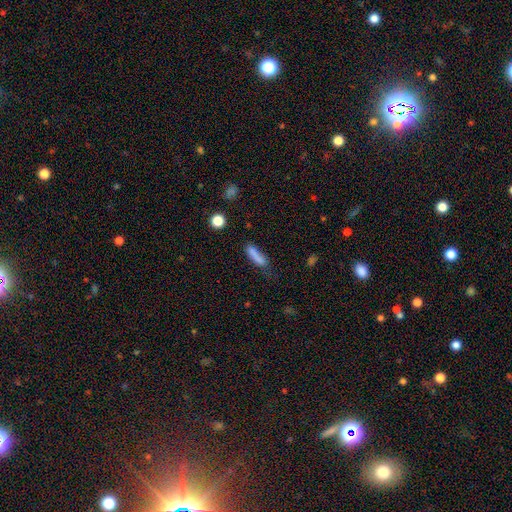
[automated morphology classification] Smooth or featured: smooth — 78% (featured or disk — 12%)
How rounded: cigar-shaped — 68% (in between — 29%)
Merging: none — 52% (minor disturbance — 26%)